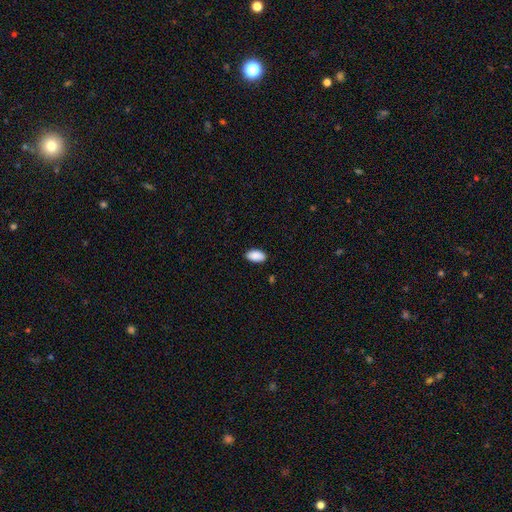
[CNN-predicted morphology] Smooth or featured? smooth (90%)
How rounded? in between (95%)
Merging? none (87%)